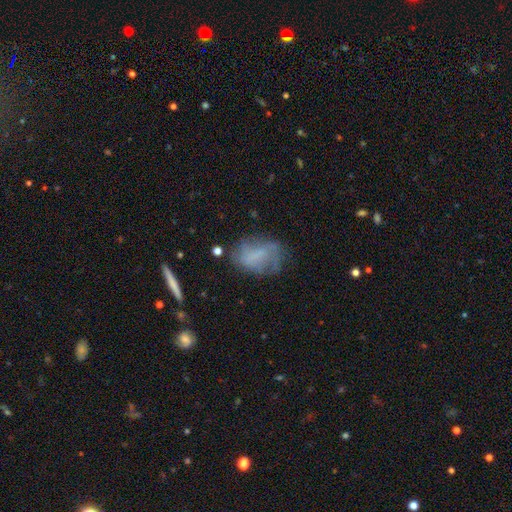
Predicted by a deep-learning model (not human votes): Smooth or featured?
  - smooth: 53% *
  - featured or disk: 37%
  - star or artifact: 10%
How rounded?
  - in between: 83% *
  - round: 14%
  - cigar-shaped: 4%
Merging?
  - none: 54% *
  - minor disturbance: 27%
  - major disturbance: 16%
  - merger: 3%